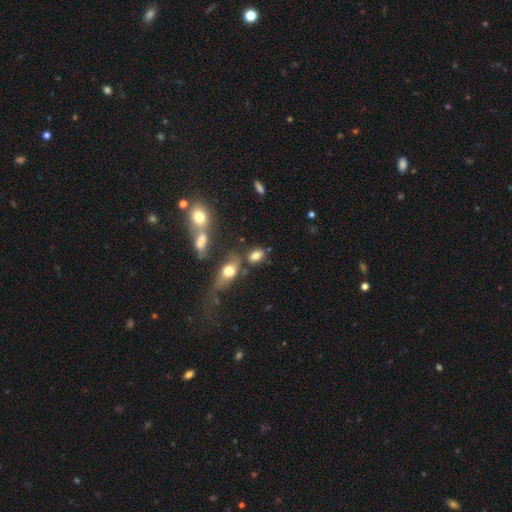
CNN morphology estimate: type=smooth (78%); roundness=in between (82%); merging=none (59%).